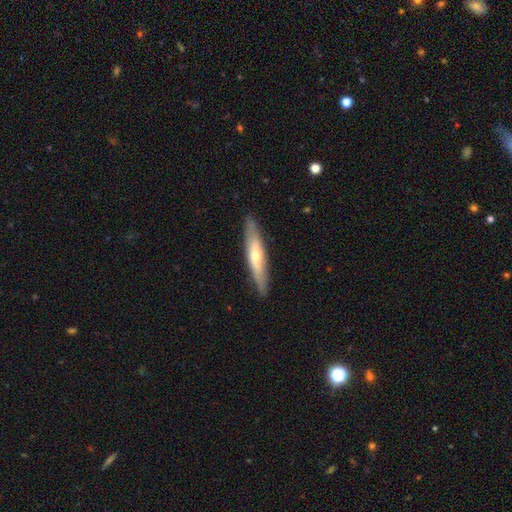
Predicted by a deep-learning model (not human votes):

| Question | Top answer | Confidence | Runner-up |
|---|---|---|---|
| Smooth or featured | featured or disk | 50% | smooth (44%) |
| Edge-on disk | yes | 79% | no (21%) |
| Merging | none | 88% | minor disturbance (9%) |